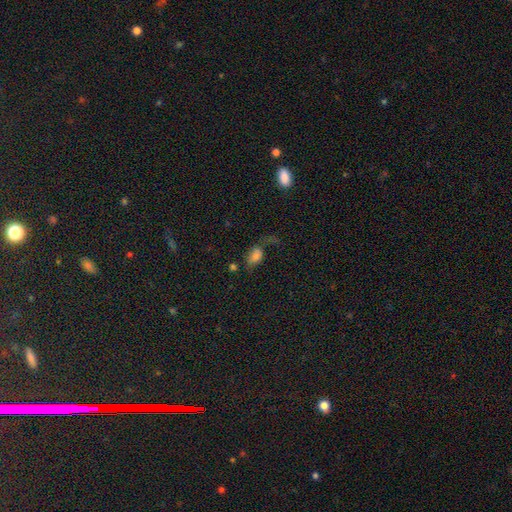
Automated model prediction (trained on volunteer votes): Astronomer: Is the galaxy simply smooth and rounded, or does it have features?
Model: smooth — 67%.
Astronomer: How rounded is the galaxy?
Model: in between — 87%.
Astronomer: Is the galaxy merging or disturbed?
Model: none — 35% (runner-up: major disturbance, 33%).